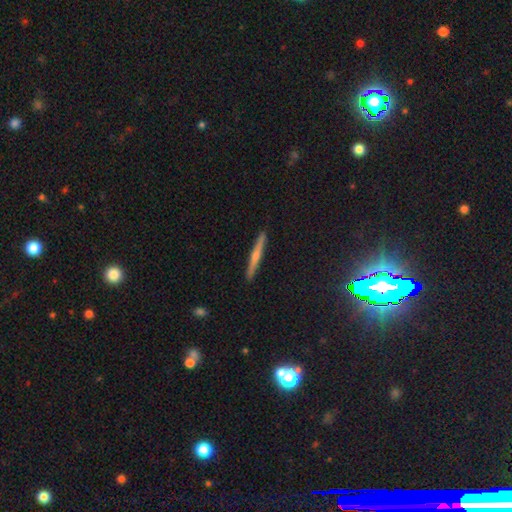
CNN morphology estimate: smooth_or_featured: featured or disk (p=0.54) [alt: smooth p=0.24]
disk_edge_on: yes (p=0.93) [alt: no p=0.07]
edge_on_bulge: rounded (p=0.68) [alt: none p=0.23]
merging: none (p=0.88) [alt: minor disturbance p=0.08]